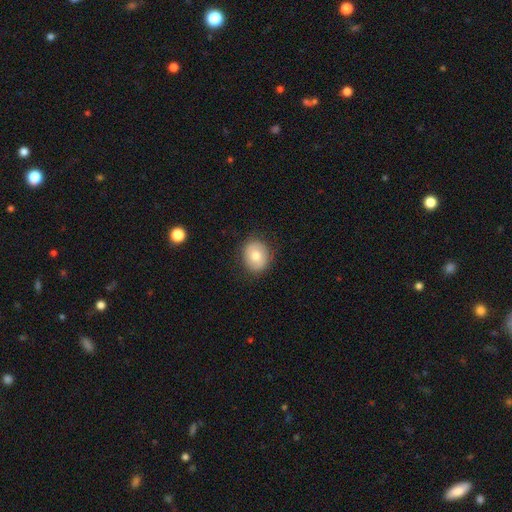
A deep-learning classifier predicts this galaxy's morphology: Smooth or featured? Predicted: smooth (p=0.75). How rounded? Predicted: round (p=0.65). Merging? Predicted: none (p=0.85).